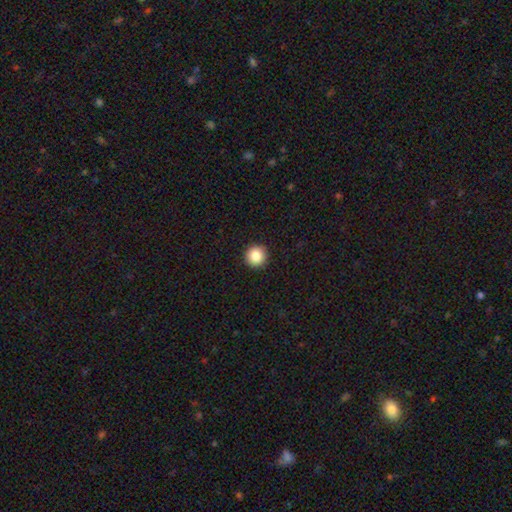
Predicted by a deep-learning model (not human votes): Q: Smooth or featured?
A: smooth (85%); runner-up: star or artifact (9%)
Q: How rounded?
A: round (95%); runner-up: in between (4%)
Q: Merging?
A: none (93%); runner-up: minor disturbance (4%)